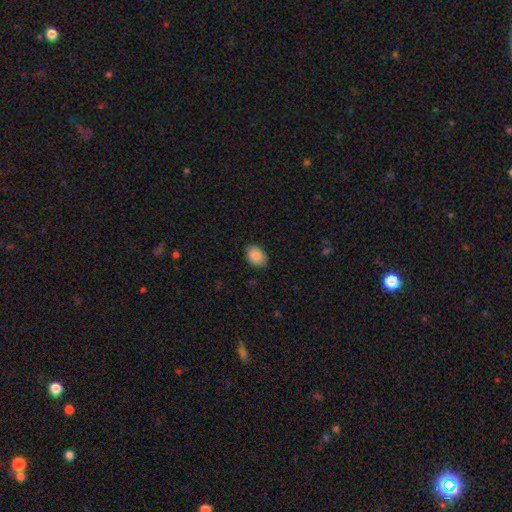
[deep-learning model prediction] Smooth or featured: smooth — 88% (star or artifact — 7%)
How rounded: in between — 79% (round — 20%)
Merging: none — 86% (minor disturbance — 11%)